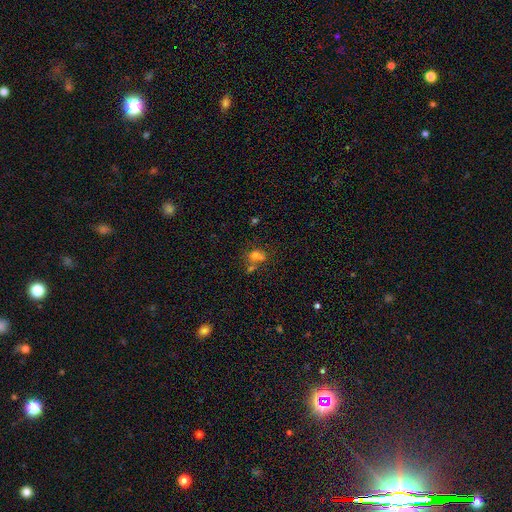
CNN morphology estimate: Smooth or featured: smooth — 66% (star or artifact — 19%)
How rounded: in between — 49% (tied with round — 49%)
Merging: none — 39% (merger — 38%)